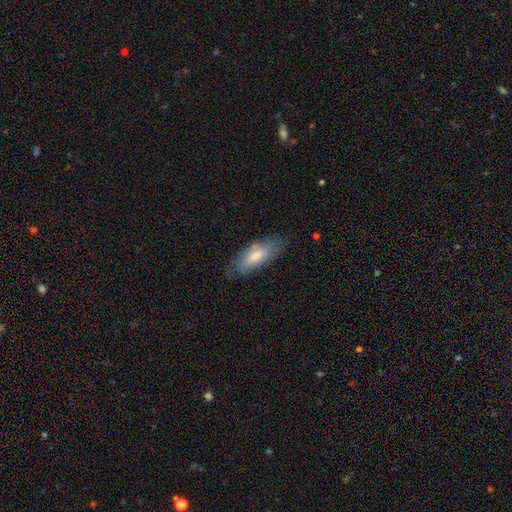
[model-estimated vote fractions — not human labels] Overall: smooth (67%). How rounded: in between (76%). Merging: none (64%; minor disturbance 26%).